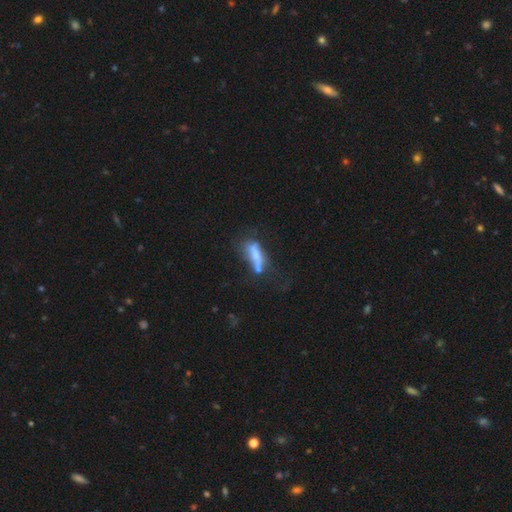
Smooth or featured: smooth — 46% (tied with featured or disk — 46%)
How rounded: cigar-shaped — 72% (in between — 28%)
Merging: major disturbance — 39% (none — 25%)